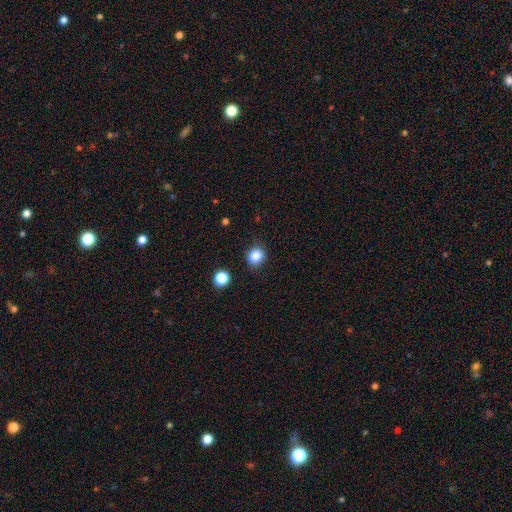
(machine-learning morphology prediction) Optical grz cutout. It shows a smooth galaxy with no disk features (84%) that is round (69%). Merging: none (83%).